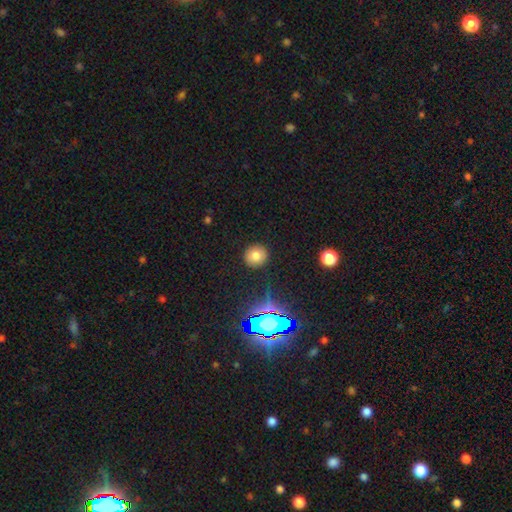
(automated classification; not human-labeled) Overall: smooth (77%). How rounded: round (88%). Merging: none (89%).